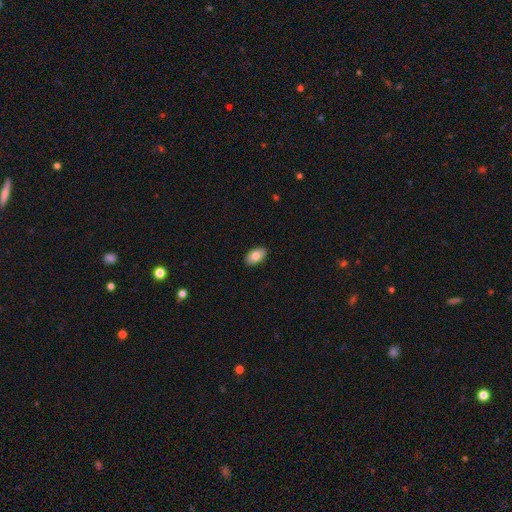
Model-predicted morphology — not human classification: Smooth or featured?
  - smooth: 80% *
  - featured or disk: 13%
  - star or artifact: 7%
How rounded?
  - in between: 94% *
  - round: 5%
  - cigar-shaped: 1%
Merging?
  - none: 90% *
  - minor disturbance: 7%
  - major disturbance: 2%
  - merger: 1%